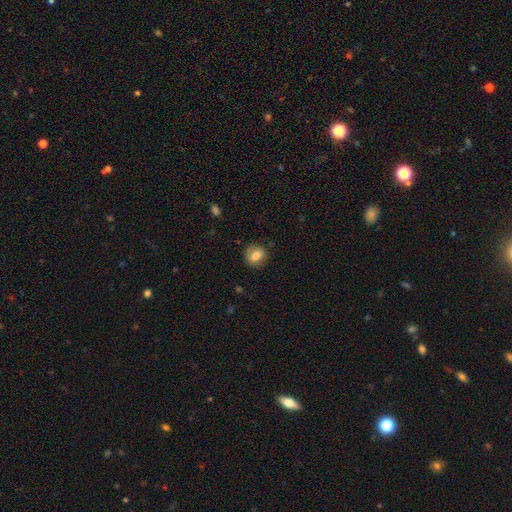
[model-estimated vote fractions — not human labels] This appears to be a smooth galaxy with no disk features (75%) that is round (74%). Merging: none (83%).